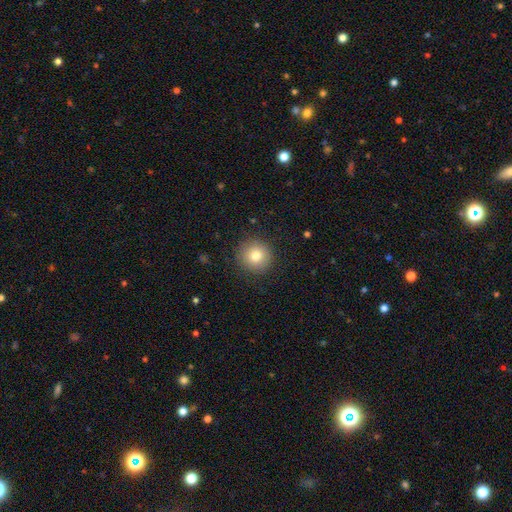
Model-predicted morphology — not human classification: smooth 79%, featured or disk 11%, star or artifact 10%. Down the decision tree: how rounded — round (94%); merging — none (88%).